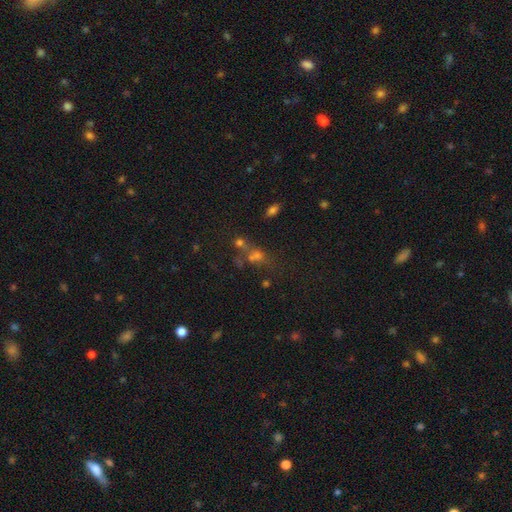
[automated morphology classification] This is marginally a smooth galaxy (43%). Merging: marginally none (41%).